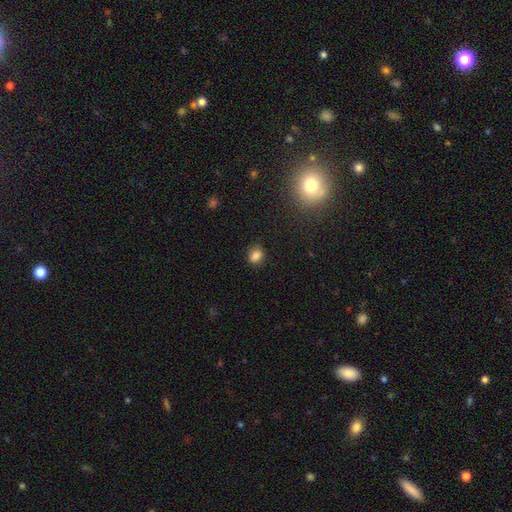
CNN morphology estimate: Smooth or featured? smooth (81%)
How rounded? in between (50%)
Merging? none (82%)